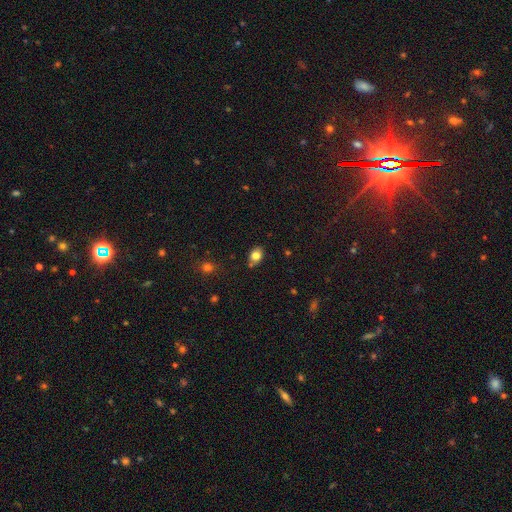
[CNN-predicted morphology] This is clearly a smooth galaxy (81%). How rounded: likely in between (65%). Merging: likely none (74%).